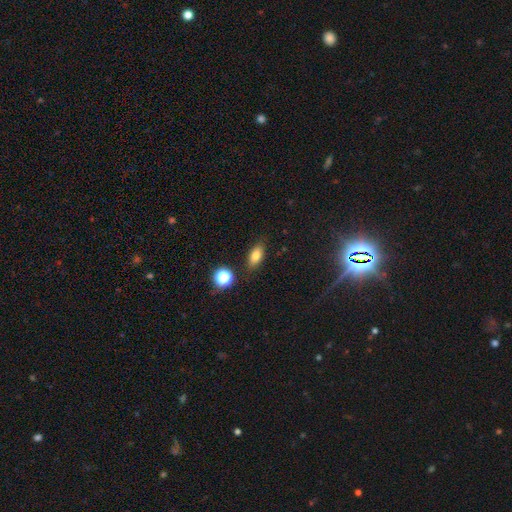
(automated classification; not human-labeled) smooth-or-featured: smooth: 78% | star or artifact: 12% | featured or disk: 10%
  how-rounded: in between: 82% | round: 10% | cigar-shaped: 8%
  merging: none: 84% | minor disturbance: 10% | merger: 3% | major disturbance: 3%